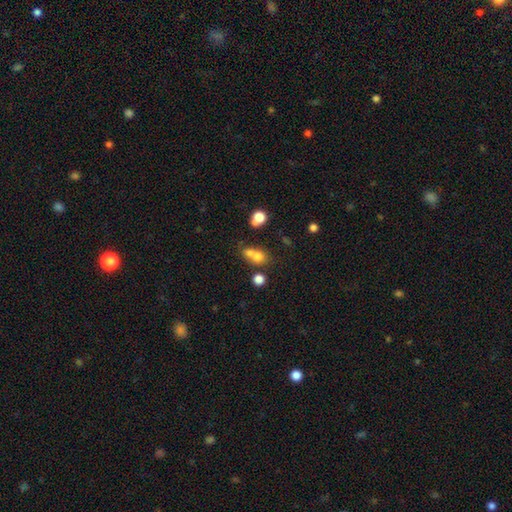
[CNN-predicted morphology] smooth-or-featured: smooth: 71% | star or artifact: 15% | featured or disk: 14%
  how-rounded: round: 65% | in between: 33% | cigar-shaped: 2%
  merging: merger: 52% | none: 35% | minor disturbance: 9% | major disturbance: 5%